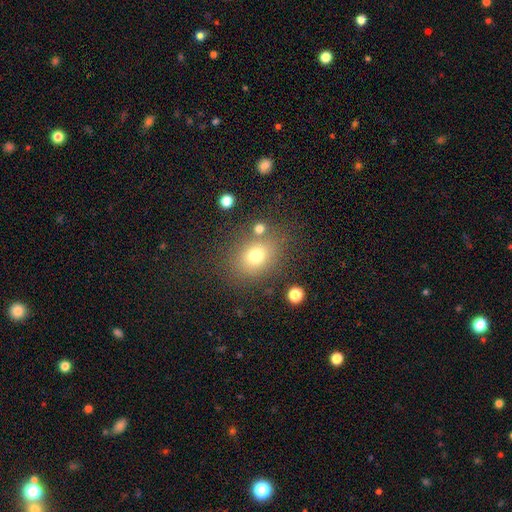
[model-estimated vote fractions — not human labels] Overall: smooth (73%). How rounded: round (62%; in between 37%). Merging: none (72%).